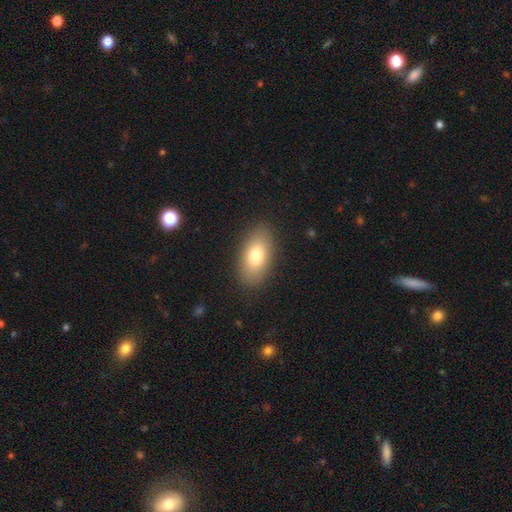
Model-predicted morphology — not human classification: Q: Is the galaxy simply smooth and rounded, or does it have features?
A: smooth — 77%.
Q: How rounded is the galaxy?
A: in between — 91%.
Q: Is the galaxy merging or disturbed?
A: none — 87%.